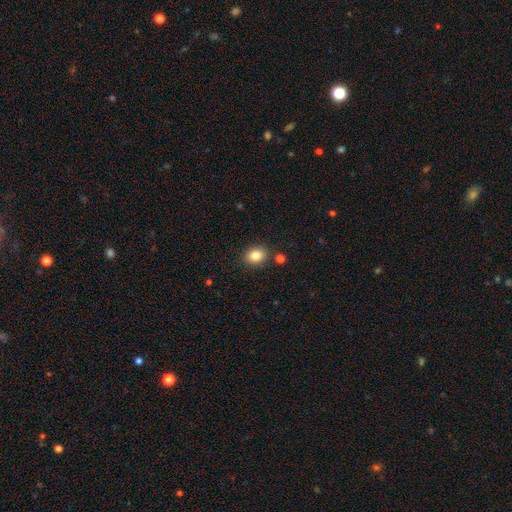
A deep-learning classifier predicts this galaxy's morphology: This appears to be a smooth galaxy with no disk features (84%) that is round (50%). Merging: none (85%).